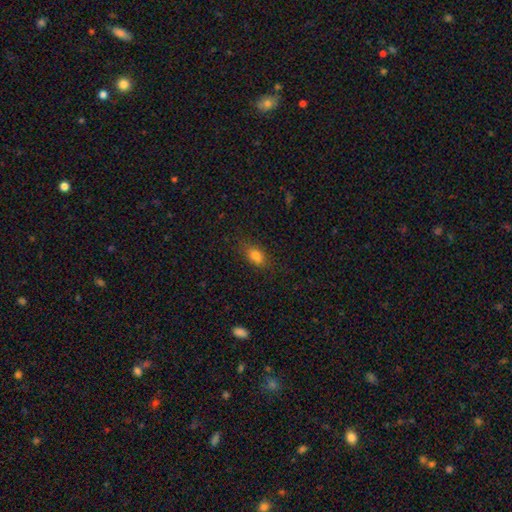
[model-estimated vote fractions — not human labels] This appears to be a smooth galaxy with no disk features (78%) that is in between round and cigar-shaped (77%). Merging: none (78%).